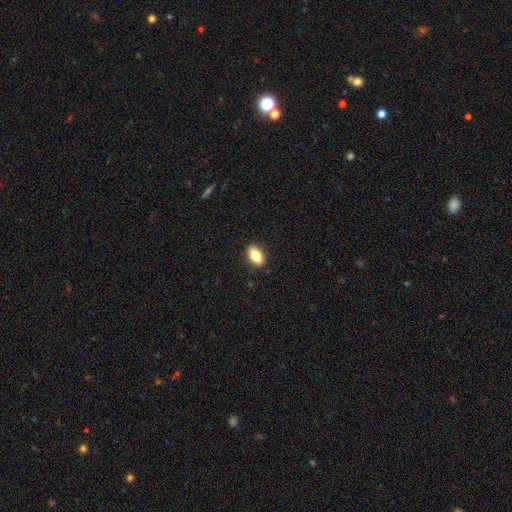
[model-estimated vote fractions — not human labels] smooth-or-featured: smooth: 79% | featured or disk: 14% | star or artifact: 8%
  how-rounded: in between: 87% | cigar-shaped: 7% | round: 6%
  merging: none: 87% | minor disturbance: 10% | major disturbance: 2% | merger: 1%